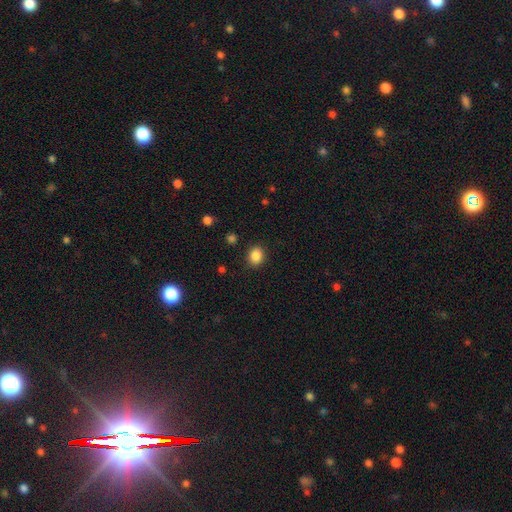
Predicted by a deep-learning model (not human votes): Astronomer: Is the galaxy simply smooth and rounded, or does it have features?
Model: smooth — 86%.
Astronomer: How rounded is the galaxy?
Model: round — 60% (runner-up: in between, 39%).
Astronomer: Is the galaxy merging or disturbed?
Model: none — 88%.